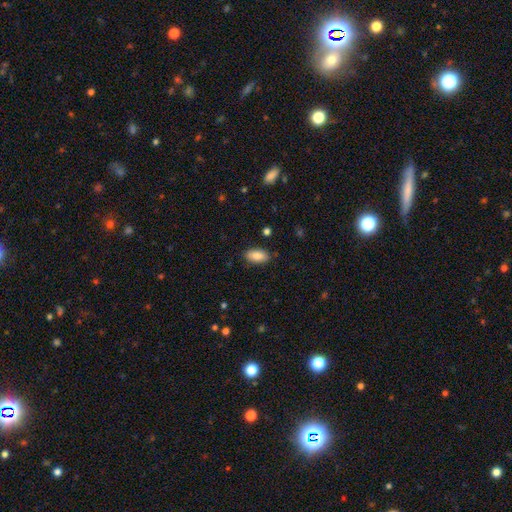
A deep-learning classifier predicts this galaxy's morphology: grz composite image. It shows a smooth galaxy with no disk features (85%) that is in between round and cigar-shaped (92%). Merging: none (85%).